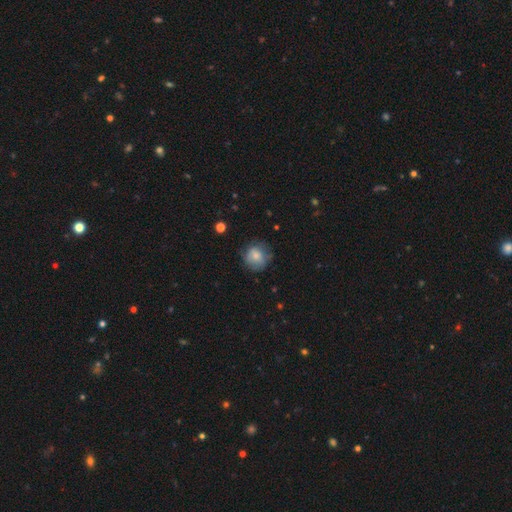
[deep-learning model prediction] smooth-or-featured: smooth: 72% | featured or disk: 19% | star or artifact: 9%
  how-rounded: round: 84% | in between: 15% | cigar-shaped: 1%
  merging: none: 65% | minor disturbance: 24% | major disturbance: 10% | merger: 1%